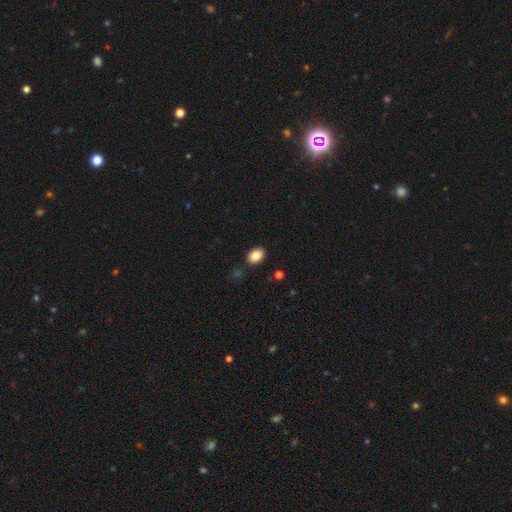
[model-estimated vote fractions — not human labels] This appears to be a smooth galaxy with no disk features (84%) that is in between round and cigar-shaped (79%). Merging: none (84%).